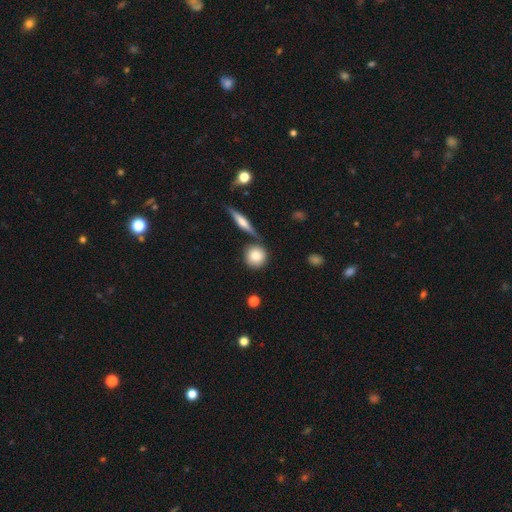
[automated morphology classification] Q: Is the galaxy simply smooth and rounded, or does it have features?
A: smooth — 82%.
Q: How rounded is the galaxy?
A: round — 89%.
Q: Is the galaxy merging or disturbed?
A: none — 74%.